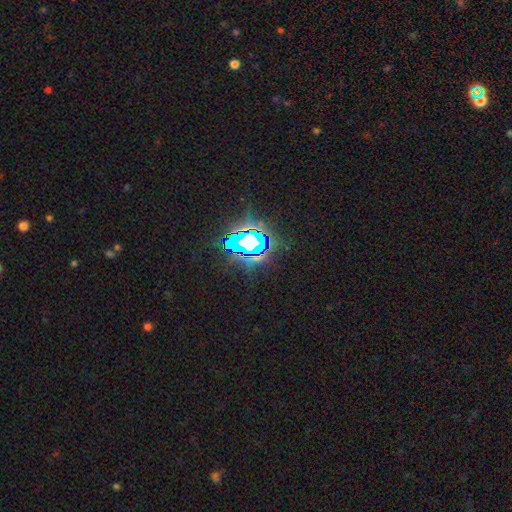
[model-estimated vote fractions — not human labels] Smooth or featured?
  - star or artifact: 76% *
  - smooth: 13%
  - featured or disk: 12%